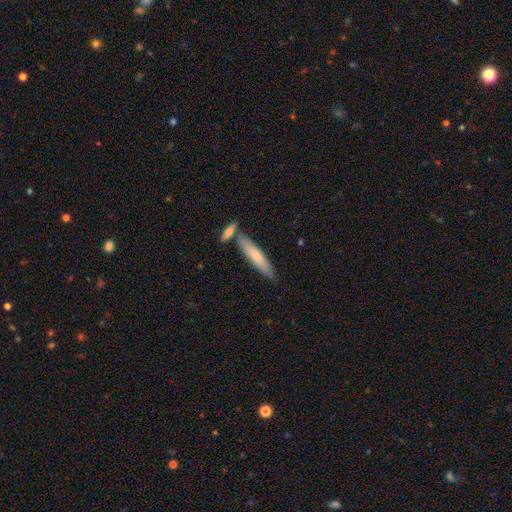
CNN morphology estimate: Q: Smooth or featured?
A: smooth (66%); runner-up: featured or disk (28%)
Q: How rounded?
A: cigar-shaped (83%); runner-up: in between (15%)
Q: Merging?
A: none (71%); runner-up: merger (14%)